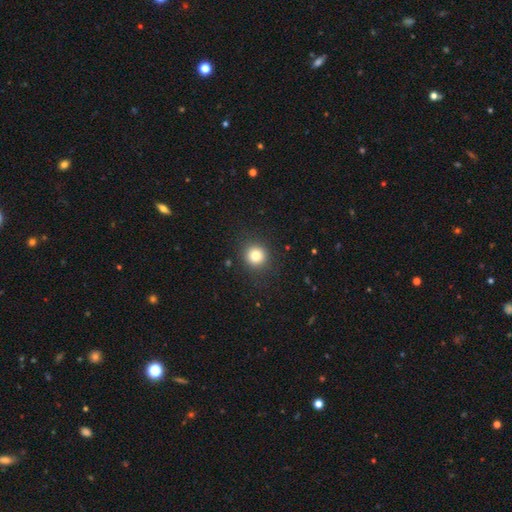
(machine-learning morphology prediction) smooth-or-featured: smooth: 80% | star or artifact: 12% | featured or disk: 8%
  how-rounded: round: 92% | in between: 7% | cigar-shaped: 1%
  merging: none: 90% | minor disturbance: 6% | major disturbance: 3% | merger: 1%